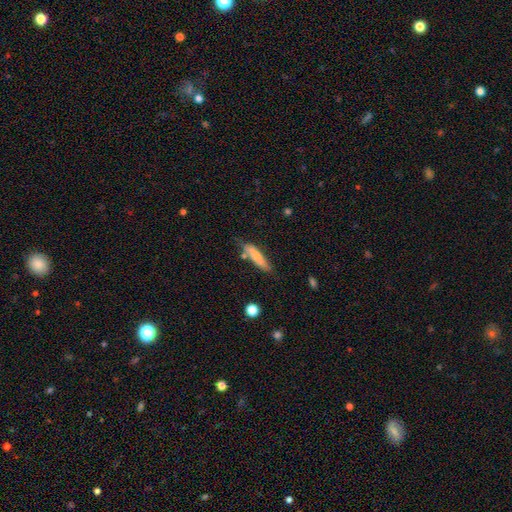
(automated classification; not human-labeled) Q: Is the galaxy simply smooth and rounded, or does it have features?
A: smooth — 72%.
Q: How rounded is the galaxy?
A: cigar-shaped — 73%.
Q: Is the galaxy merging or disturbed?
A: none — 64%.